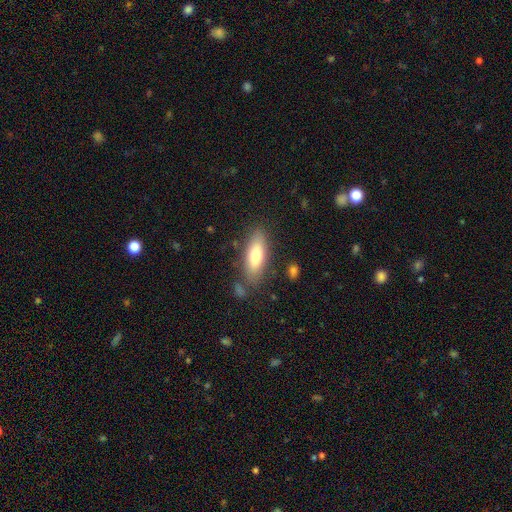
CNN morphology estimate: This appears to be a smooth galaxy with no disk features (72%) that is in between round and cigar-shaped (67%). Merging: none (77%).